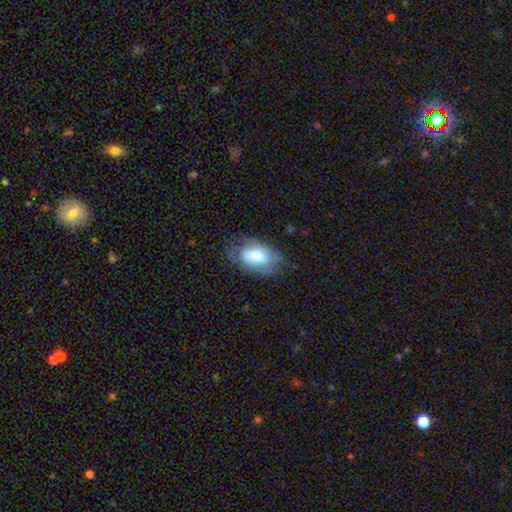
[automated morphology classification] smooth 63%, featured or disk 30%, star or artifact 7%. Down the decision tree: how rounded — in between (92%); merging — none (66%).